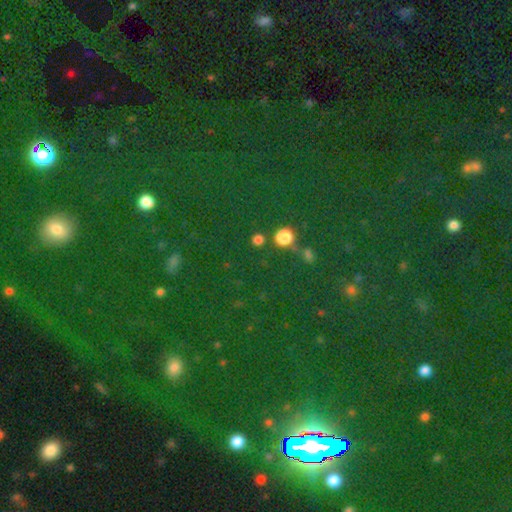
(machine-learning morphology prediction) A star or artifact, not a galaxy (74%).